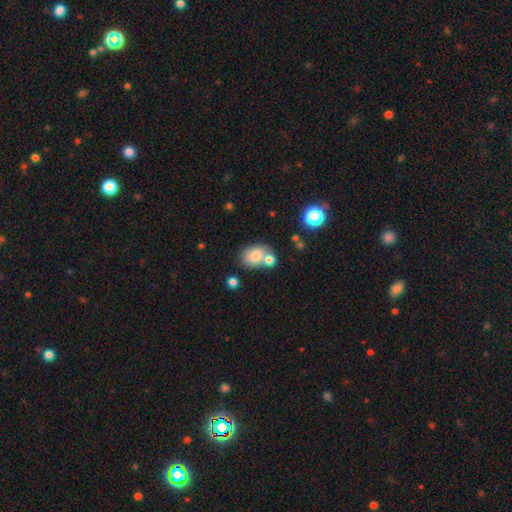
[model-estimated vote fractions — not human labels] smooth 74%, featured or disk 17%, star or artifact 10%. Down the decision tree: how rounded — in between (62%); merging — none (45%).